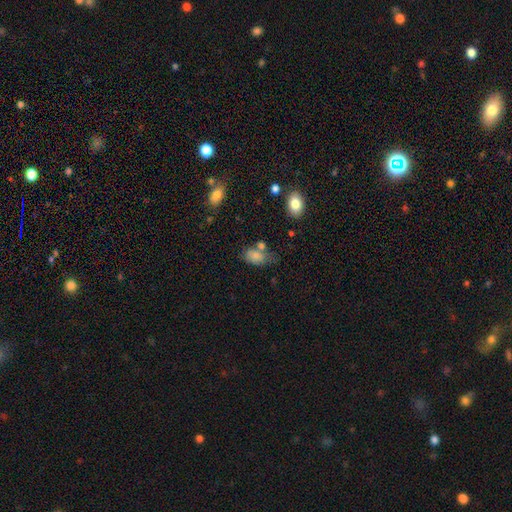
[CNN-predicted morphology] smooth-or-featured: smooth: 78% | featured or disk: 12% | star or artifact: 10%
  how-rounded: in between: 89% | round: 9% | cigar-shaped: 3%
  merging: none: 42% | minor disturbance: 27% | merger: 20% | major disturbance: 11%